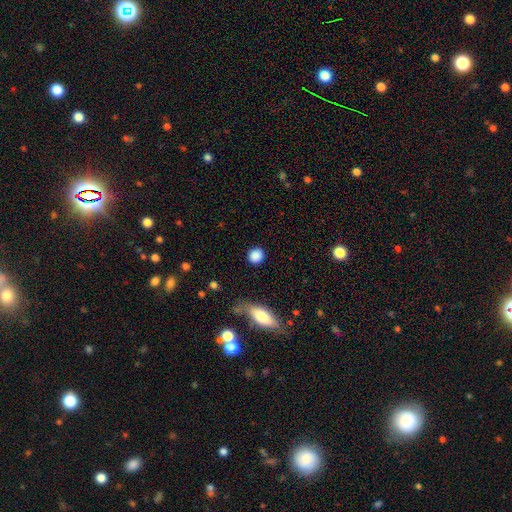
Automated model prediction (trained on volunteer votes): Smooth or featured?
  - smooth: 88% *
  - star or artifact: 8%
  - featured or disk: 4%
How rounded?
  - round: 85% *
  - in between: 13%
  - cigar-shaped: 2%
Merging?
  - none: 87% *
  - minor disturbance: 8%
  - major disturbance: 3%
  - merger: 2%